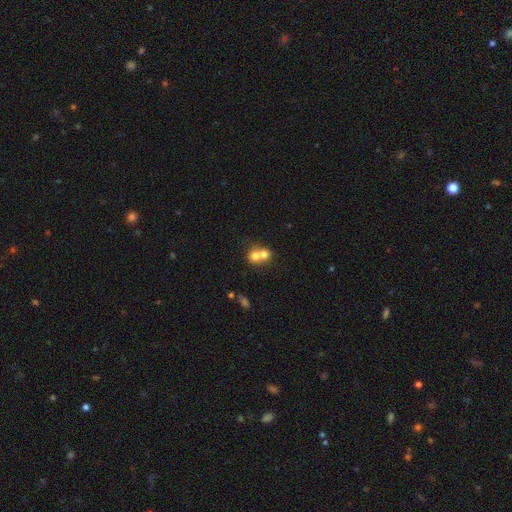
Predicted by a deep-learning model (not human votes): A smooth galaxy with no disk features (70%) that is round (76%).

Vote fractions:
- Smooth or featured? smooth: 70% / featured or disk: 20% / star or artifact: 10%
- How rounded? round: 76% / in between: 23% / cigar-shaped: 1%
- Merging? merger: 68% / none: 25% / minor disturbance: 5% / major disturbance: 3%